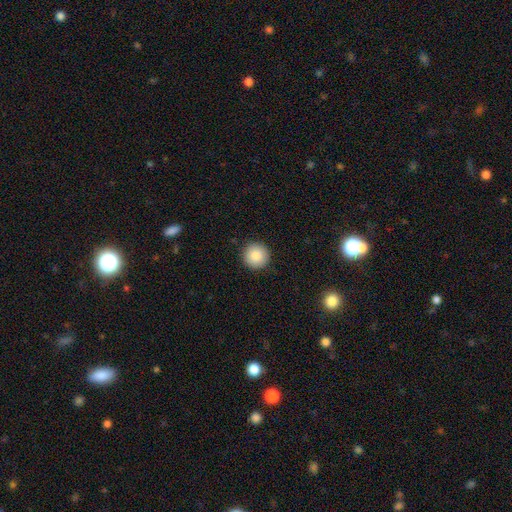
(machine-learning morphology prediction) smooth 87%, star or artifact 8%, featured or disk 5%. Down the decision tree: how rounded — round (96%); merging — none (92%).